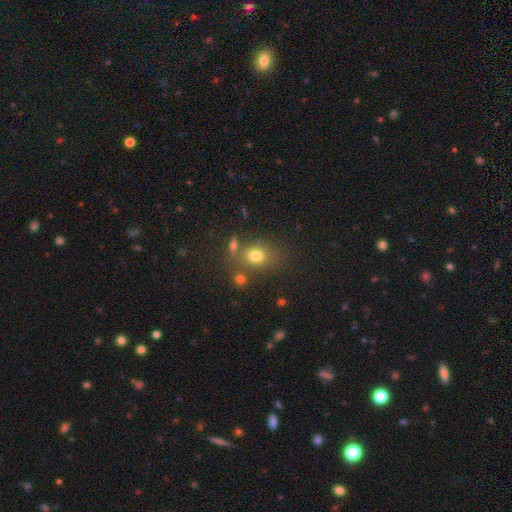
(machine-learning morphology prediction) A smooth galaxy with no disk features (74%) that is in between round and cigar-shaped (55%). Merging: none (64%).